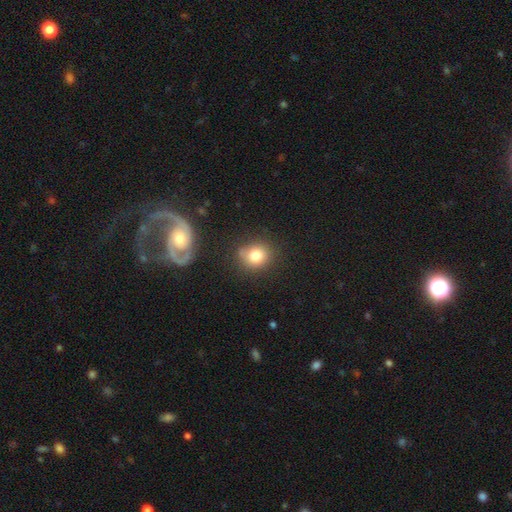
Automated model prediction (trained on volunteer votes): This is clearly a smooth galaxy (80%). How rounded: likely round (76%). Merging: likely none (73%).